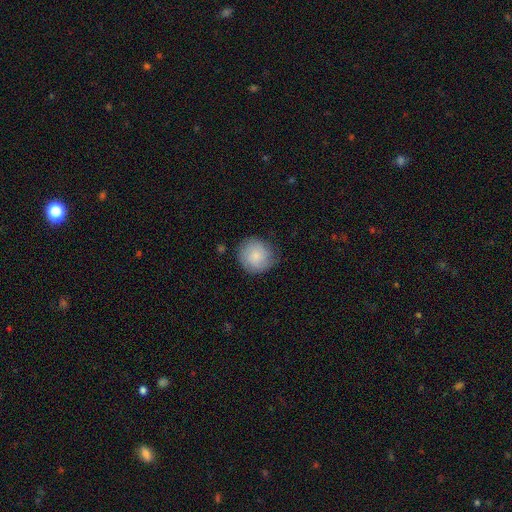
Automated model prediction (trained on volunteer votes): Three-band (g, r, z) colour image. It shows a smooth galaxy with no disk features (76%) that is round (90%). Merging: none (74%).